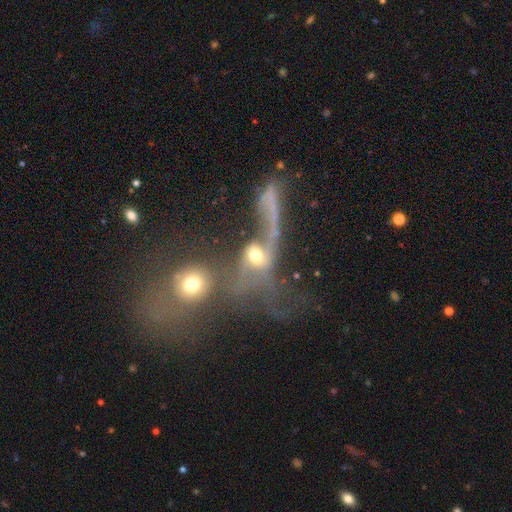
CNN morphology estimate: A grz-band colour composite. It shows a featured or disk galaxy (51%). Merging: merger (56%).